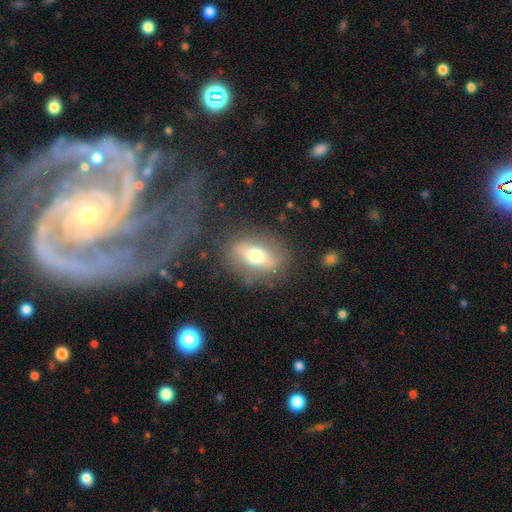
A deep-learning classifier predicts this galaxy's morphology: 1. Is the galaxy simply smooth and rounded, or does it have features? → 53% smooth, 39% featured or disk, 8% star or artifact.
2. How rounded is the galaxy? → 72% in between, 20% round, 8% cigar-shaped.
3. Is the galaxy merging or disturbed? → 75% none, 14% minor disturbance, 7% major disturbance, 4% merger.